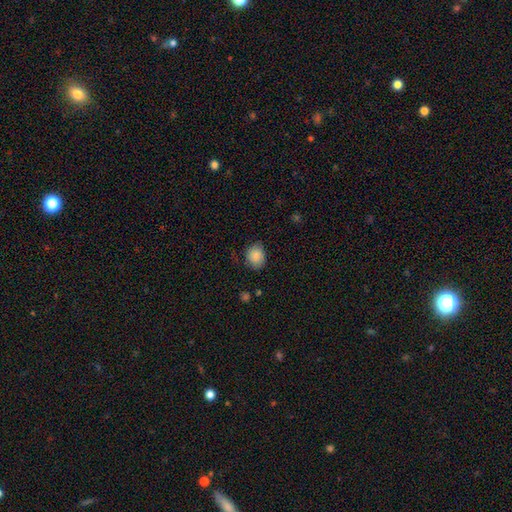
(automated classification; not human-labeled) This is clearly a smooth galaxy (87%). How rounded: possibly round (60%). Merging: likely none (73%).